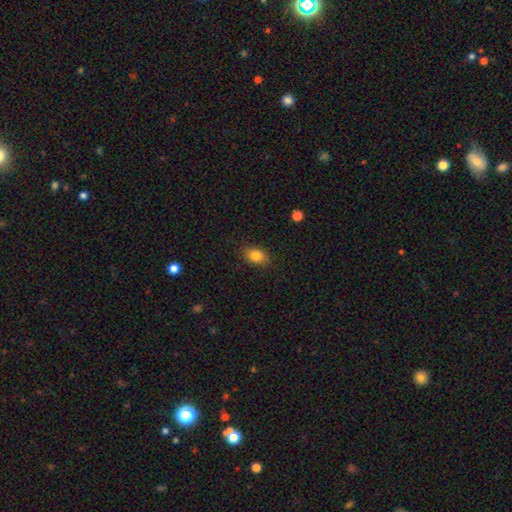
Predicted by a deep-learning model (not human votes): Smooth or featured? Predicted: smooth (p=0.83). How rounded? Predicted: in between (p=0.75). Merging? Predicted: none (p=0.83).